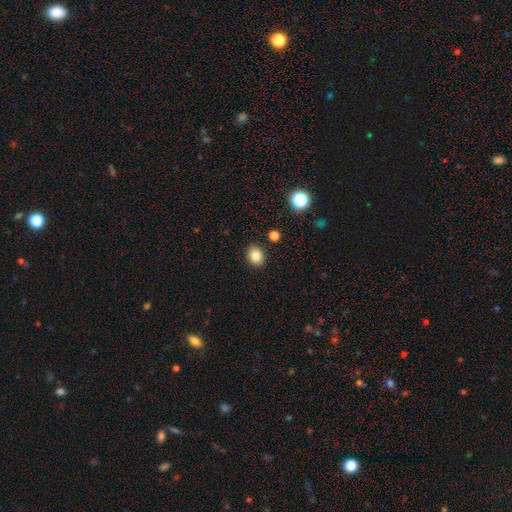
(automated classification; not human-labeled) Smooth or featured: smooth — 83% (star or artifact — 11%)
How rounded: round — 58% (in between — 41%)
Merging: none — 88% (minor disturbance — 8%)